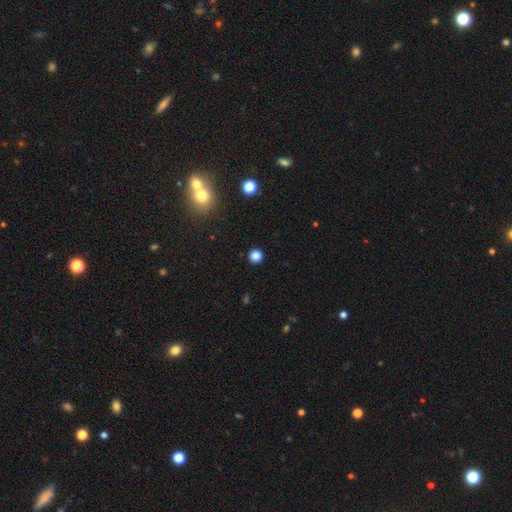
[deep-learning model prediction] Morphology: type=smooth (83%); roundness=round (94%); merging=none (92%).